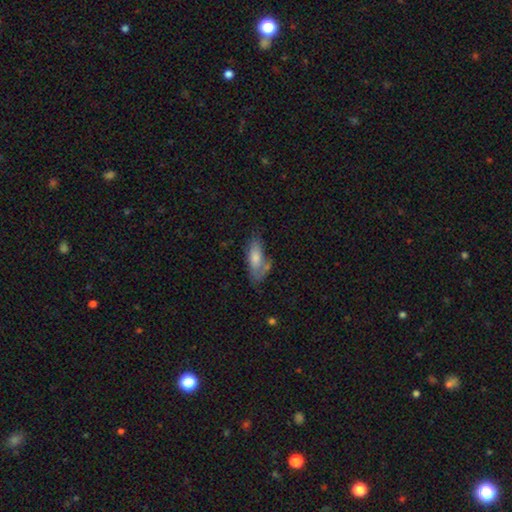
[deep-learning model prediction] Smooth or featured? smooth (65%)
How rounded? in between (69%)
Merging? none (55%)